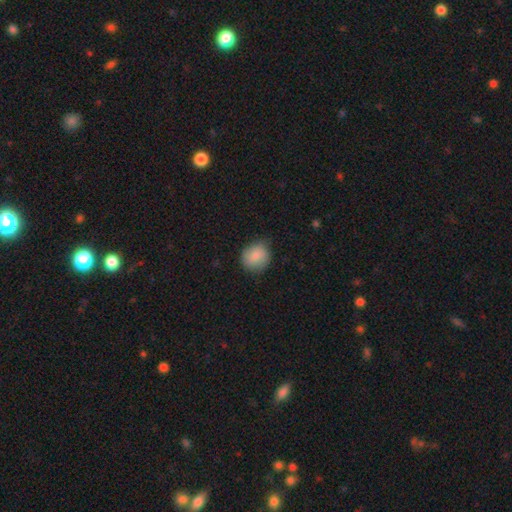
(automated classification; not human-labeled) This appears to be a smooth galaxy with no disk features (82%) that is round (78%). Merging: none (73%).